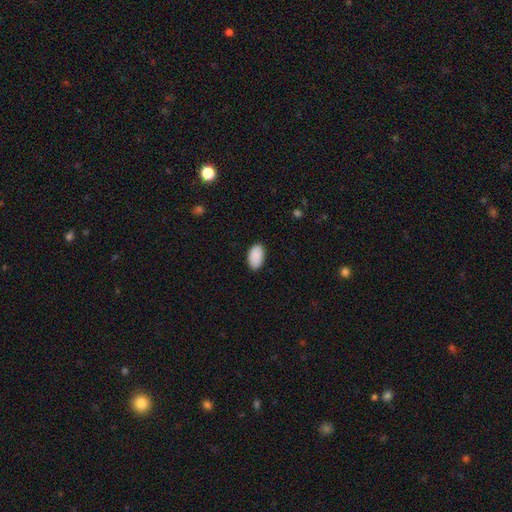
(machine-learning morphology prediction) Q: Smooth or featured?
A: smooth (91%); runner-up: star or artifact (6%)
Q: How rounded?
A: in between (95%); runner-up: round (4%)
Q: Merging?
A: none (87%); runner-up: minor disturbance (10%)